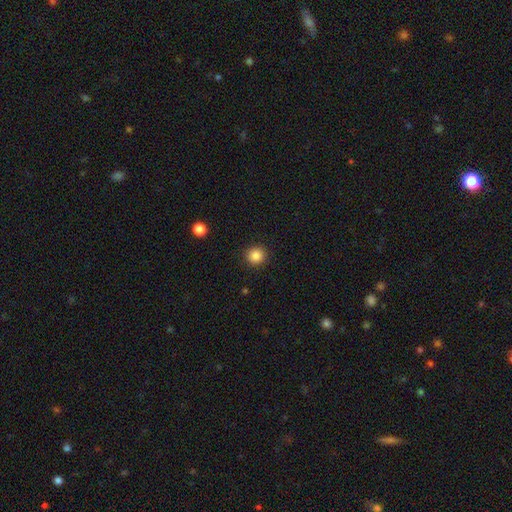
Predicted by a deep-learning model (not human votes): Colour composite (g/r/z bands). It shows a smooth galaxy with no disk features (86%) that is round (94%). Merging: none (92%).